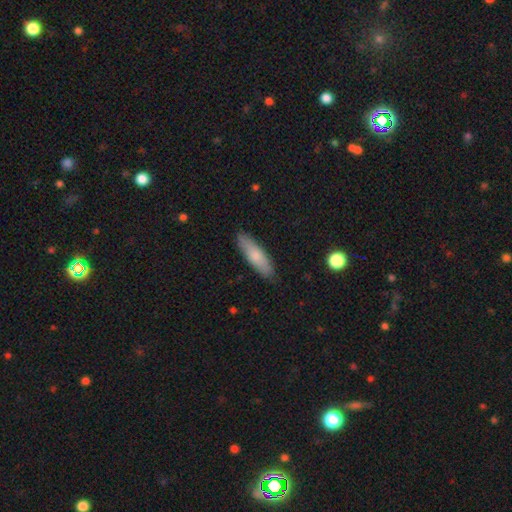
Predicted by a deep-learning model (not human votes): Smooth or featured? smooth (76%)
How rounded? cigar-shaped (62%)
Merging? none (87%)